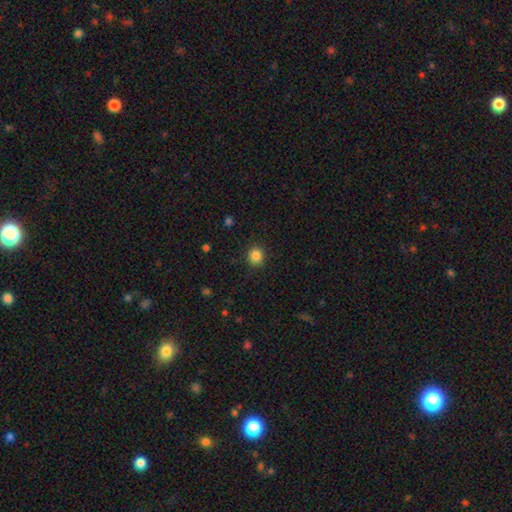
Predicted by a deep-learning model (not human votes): smooth_or_featured: smooth (p=0.85) [alt: star or artifact p=0.11]
how_rounded: round (p=0.85) [alt: in between p=0.14]
merging: none (p=0.89) [alt: minor disturbance p=0.07]